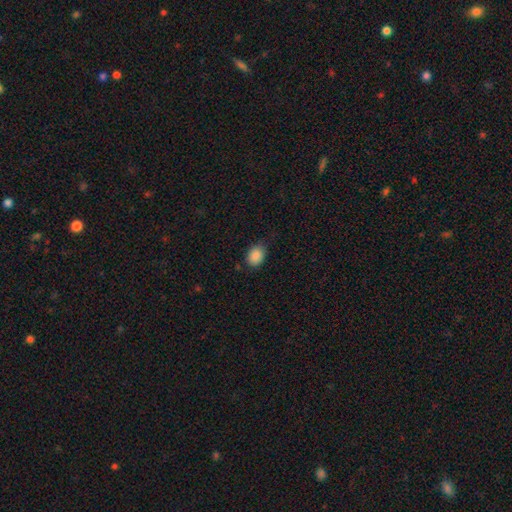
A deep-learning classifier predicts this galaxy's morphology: smooth_or_featured: smooth (p=0.88) [alt: star or artifact p=0.08]
how_rounded: in between (p=0.63) [alt: round p=0.36]
merging: none (p=0.73) [alt: minor disturbance p=0.21]